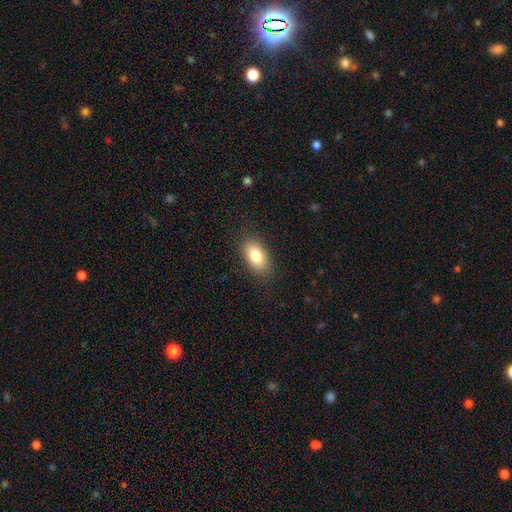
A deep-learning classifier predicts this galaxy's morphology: A smooth galaxy with no disk features (82%) that is in between round and cigar-shaped (92%).

Vote fractions:
- Smooth or featured? smooth: 82% / featured or disk: 11% / star or artifact: 7%
- How rounded? in between: 92% / round: 6% / cigar-shaped: 2%
- Merging? none: 86% / minor disturbance: 10% / major disturbance: 3% / merger: 1%